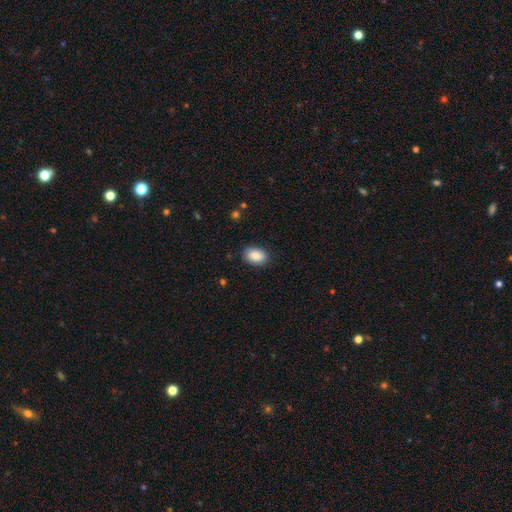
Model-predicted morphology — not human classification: type=smooth (88%); roundness=in between (87%); merging=none (85%).